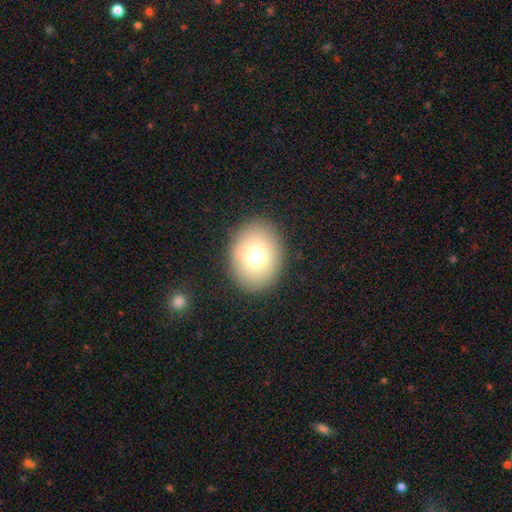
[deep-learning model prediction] This appears to be a smooth galaxy with no disk features (73%) that is round (53%). Merging: none (88%).